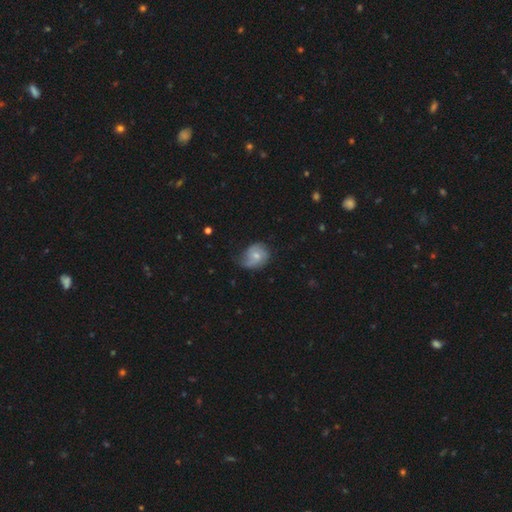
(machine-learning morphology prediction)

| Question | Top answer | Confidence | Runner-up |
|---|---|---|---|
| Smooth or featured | featured or disk | 55% | smooth (38%) |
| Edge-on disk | no | 97% | yes (3%) |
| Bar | no | 66% | weak (30%) |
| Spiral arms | yes | 86% | no (14%) |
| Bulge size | small | 49% | moderate (44%) |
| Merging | none | 49% | minor disturbance (35%) |